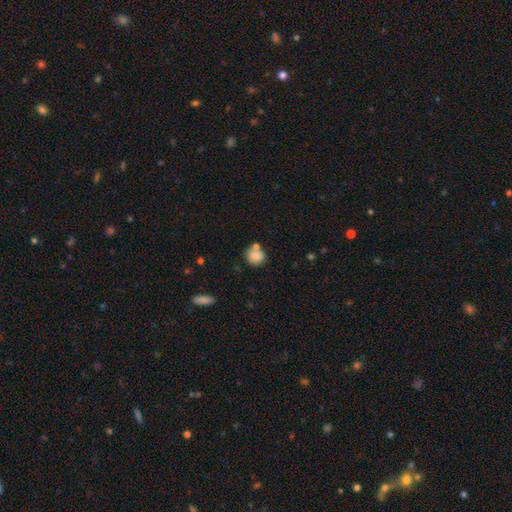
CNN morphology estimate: Overall: smooth (82%). How rounded: round (79%). Merging: none (61%; merger 21%).